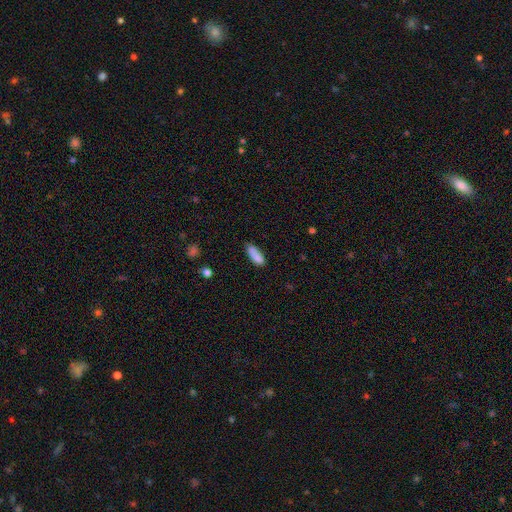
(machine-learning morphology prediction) Smooth or featured?
  - smooth: 86% *
  - star or artifact: 7%
  - featured or disk: 7%
How rounded?
  - in between: 64% *
  - cigar-shaped: 34%
  - round: 2%
Merging?
  - none: 65% *
  - minor disturbance: 25%
  - major disturbance: 5%
  - merger: 4%